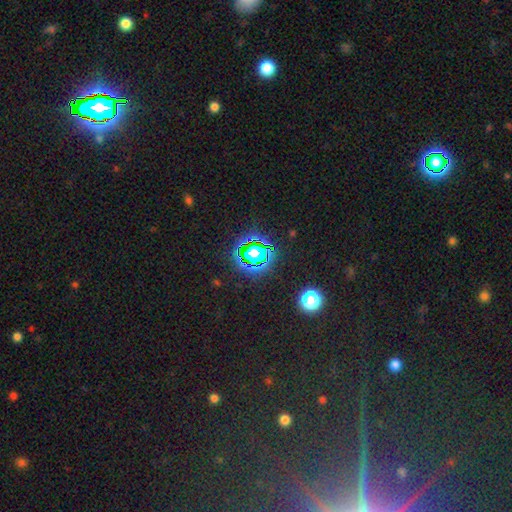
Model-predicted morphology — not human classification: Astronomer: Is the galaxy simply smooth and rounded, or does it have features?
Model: star or artifact — 75%.